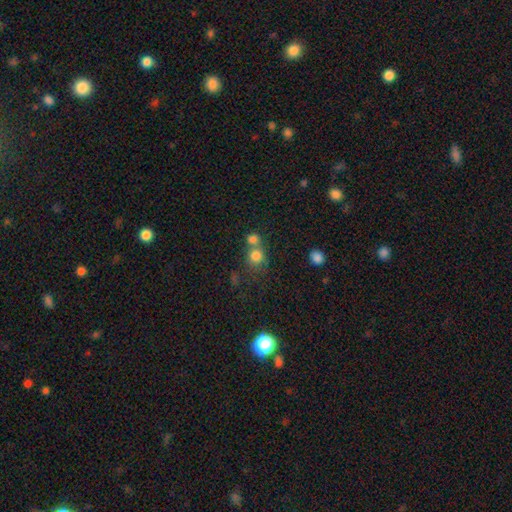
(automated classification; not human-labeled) smooth-or-featured: smooth: 79% | star or artifact: 13% | featured or disk: 9%
  how-rounded: round: 83% | in between: 16% | cigar-shaped: 1%
  merging: merger: 46% | none: 43% | minor disturbance: 8% | major disturbance: 4%